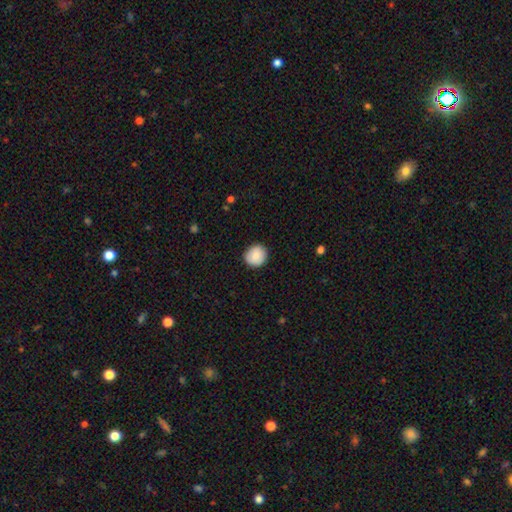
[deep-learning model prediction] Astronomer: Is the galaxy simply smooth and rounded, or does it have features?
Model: smooth — 84%.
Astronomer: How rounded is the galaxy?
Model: round — 89%.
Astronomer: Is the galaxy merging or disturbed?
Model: none — 89%.